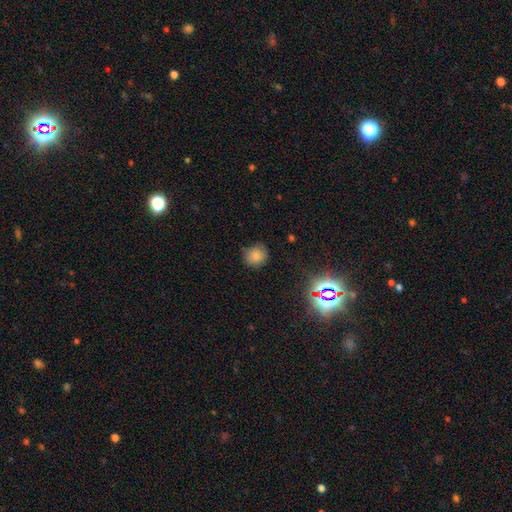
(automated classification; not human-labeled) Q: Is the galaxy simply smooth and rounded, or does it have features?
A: smooth — 76%.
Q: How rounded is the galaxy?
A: round — 84%.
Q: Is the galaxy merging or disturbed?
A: none — 77%.